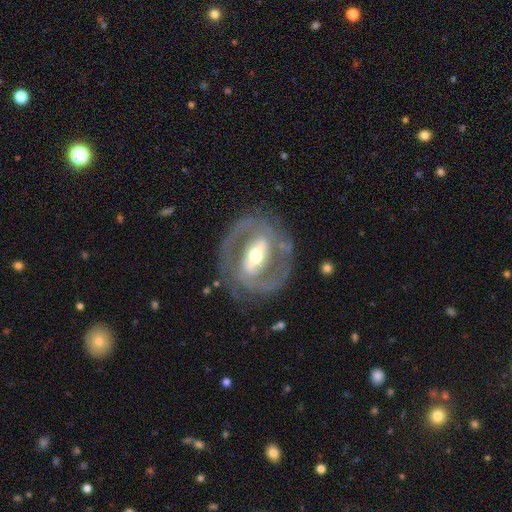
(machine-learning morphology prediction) Smooth or featured: featured or disk — 84% (smooth — 11%)
Edge-on disk: no — 95% (yes — 5%)
Bar: strong — 60% (weak — 25%)
Spiral arms: yes — 78% (no — 22%)
Spiral winding: tight — 44% (medium — 42%)
Spiral arm count: 2 — 81% (can't tell — 10%)
Bulge size: moderate — 63% (small — 22%)
Merging: none — 76% (minor disturbance — 13%)